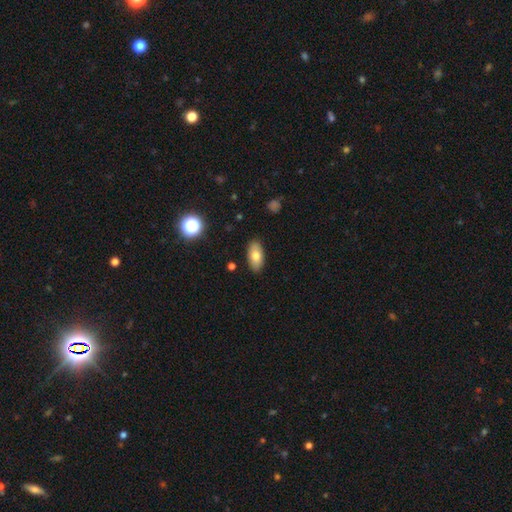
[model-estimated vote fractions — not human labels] Smooth or featured? Predicted: smooth (p=0.76). How rounded? Predicted: in between (p=0.91). Merging? Predicted: none (p=0.88).